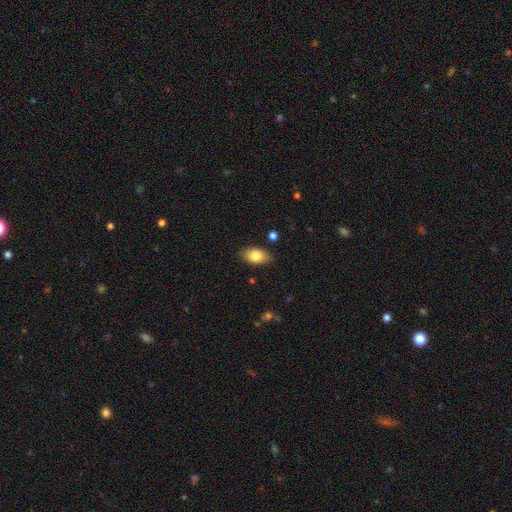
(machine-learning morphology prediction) Smooth or featured? smooth (81%)
How rounded? in between (89%)
Merging? none (85%)